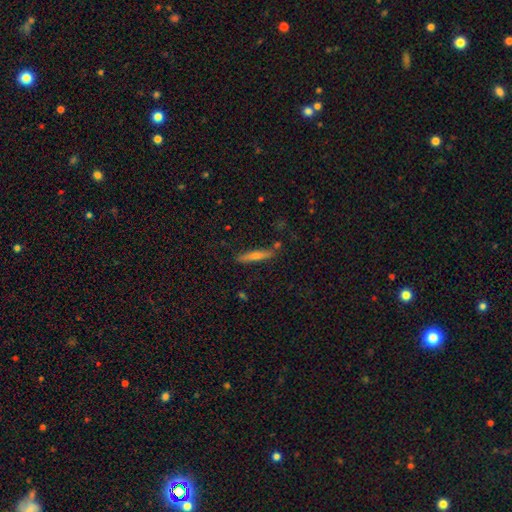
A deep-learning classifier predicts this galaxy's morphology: smooth-or-featured: featured or disk: 49% | smooth: 43% | star or artifact: 7%
  merging: none: 83% | minor disturbance: 11% | merger: 3% | major disturbance: 2%